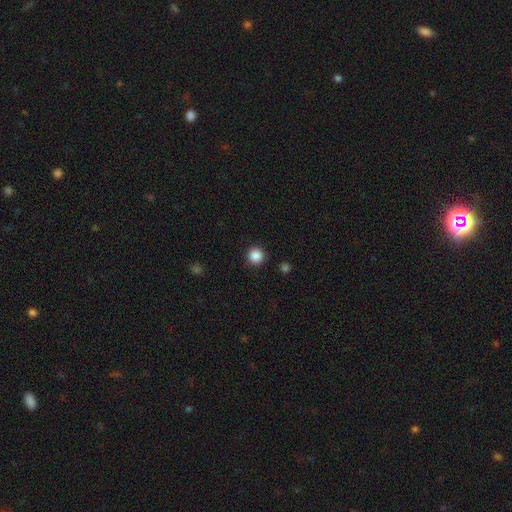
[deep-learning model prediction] Smooth or featured: smooth — 87% (star or artifact — 10%)
How rounded: round — 95% (in between — 4%)
Merging: none — 91% (minor disturbance — 5%)